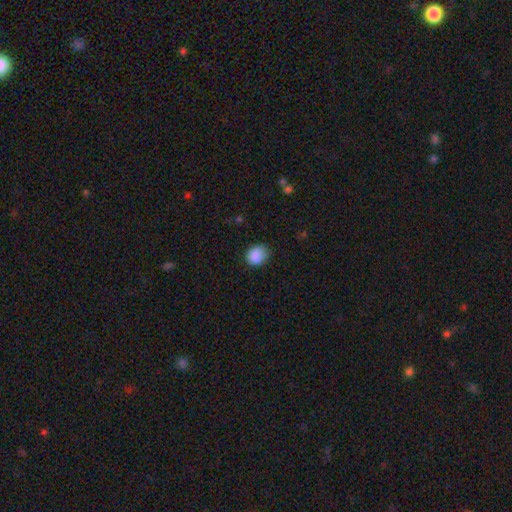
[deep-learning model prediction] A smooth galaxy with no disk features (87%) that is round (68%).

Vote fractions:
- Smooth or featured? smooth: 87% / star or artifact: 9% / featured or disk: 4%
- How rounded? round: 68% / in between: 31% / cigar-shaped: 1%
- Merging? none: 74% / minor disturbance: 21% / major disturbance: 4% / merger: 1%